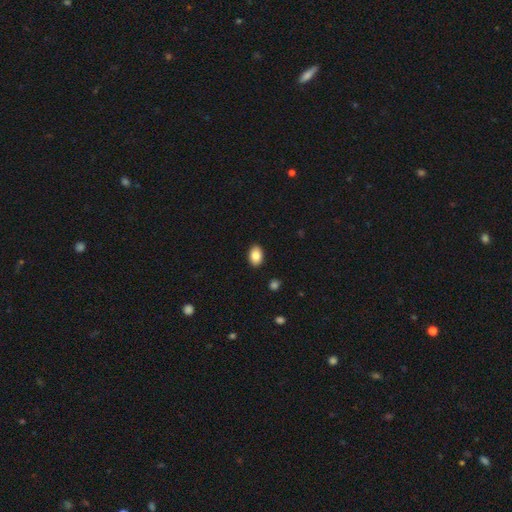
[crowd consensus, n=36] This is clearly a smooth galaxy (92%). How rounded: clearly in between (97%). Merging: clearly none (91%).